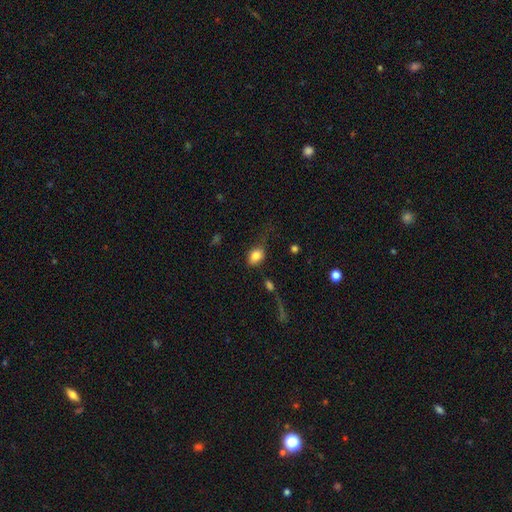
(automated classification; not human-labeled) Q: Smooth or featured?
A: smooth (81%); runner-up: featured or disk (10%)
Q: How rounded?
A: in between (72%); runner-up: round (27%)
Q: Merging?
A: none (50%); runner-up: minor disturbance (26%)